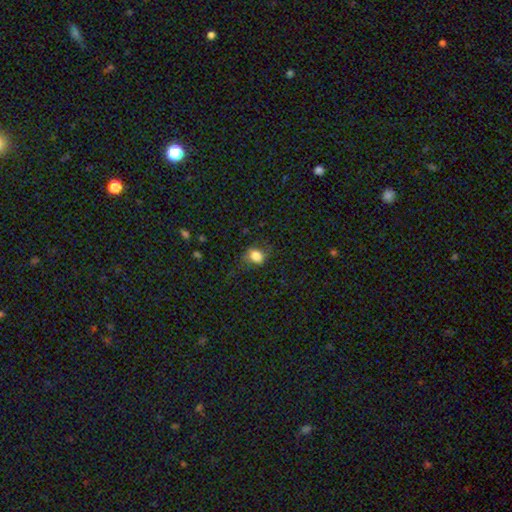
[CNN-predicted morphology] This is clearly a smooth galaxy (81%). How rounded: possibly in between (52%). Merging: likely none (68%).